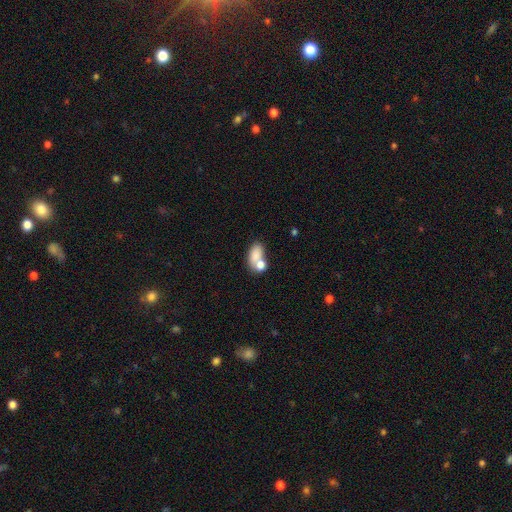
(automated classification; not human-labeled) Overall: smooth (77%). How rounded: in between (84%). Merging: merger (48%; none 32%).